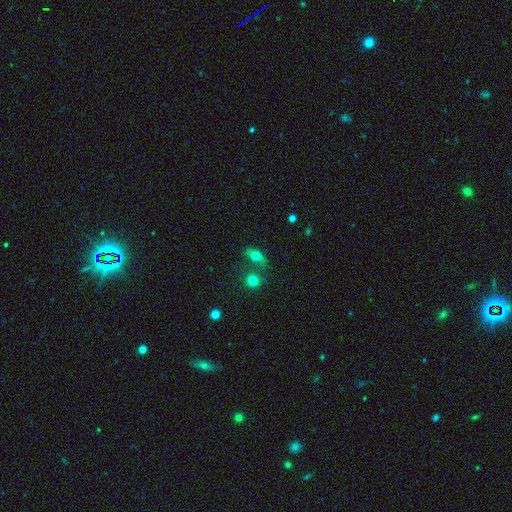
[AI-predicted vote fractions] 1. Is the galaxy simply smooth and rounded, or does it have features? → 63% smooth, 24% featured or disk, 13% star or artifact.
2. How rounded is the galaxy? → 61% in between, 26% round, 13% cigar-shaped.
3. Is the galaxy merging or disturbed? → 55% none, 18% merger, 18% minor disturbance, 9% major disturbance.